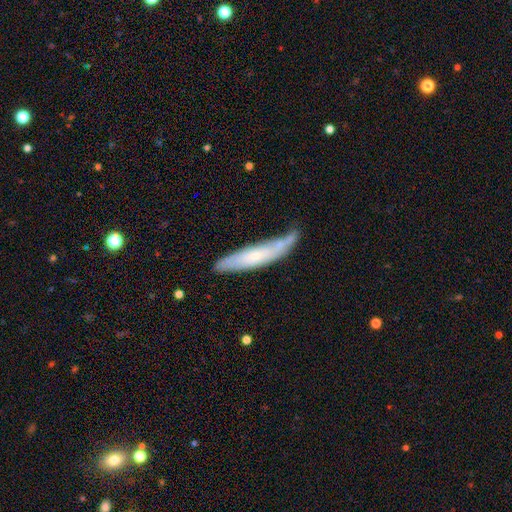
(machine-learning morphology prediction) Q: Smooth or featured?
A: smooth (51%); runner-up: featured or disk (42%)
Q: How rounded?
A: cigar-shaped (82%); runner-up: in between (16%)
Q: Merging?
A: none (54%); runner-up: minor disturbance (29%)